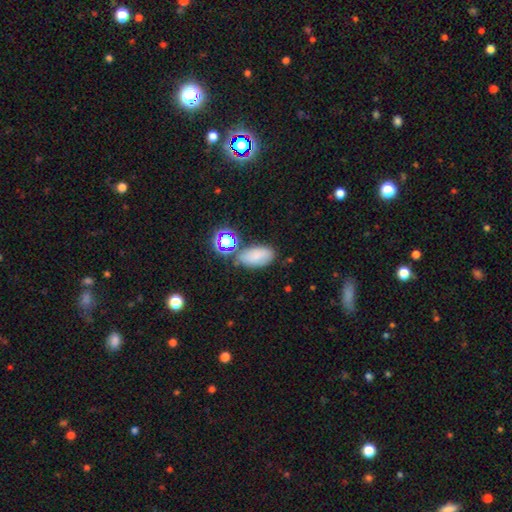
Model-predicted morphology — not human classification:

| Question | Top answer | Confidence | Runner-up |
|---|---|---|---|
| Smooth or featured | smooth | 71% | star or artifact (19%) |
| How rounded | in between | 88% | round (9%) |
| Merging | none | 64% | minor disturbance (18%) |